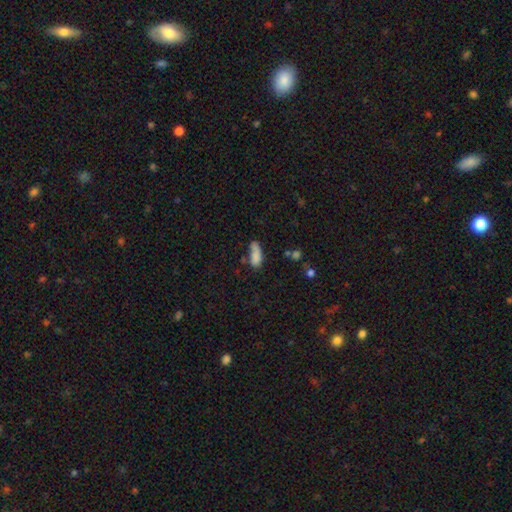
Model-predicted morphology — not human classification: Smooth or featured? Predicted: smooth (p=0.81). How rounded? Predicted: in between (p=0.76). Merging? Predicted: none (p=0.43).